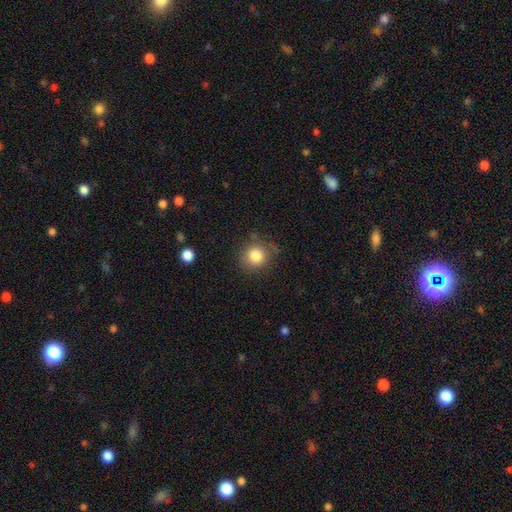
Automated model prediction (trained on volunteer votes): Smooth or featured: smooth — 83% (star or artifact — 10%)
How rounded: round — 86% (in between — 13%)
Merging: none — 74% (minor disturbance — 18%)